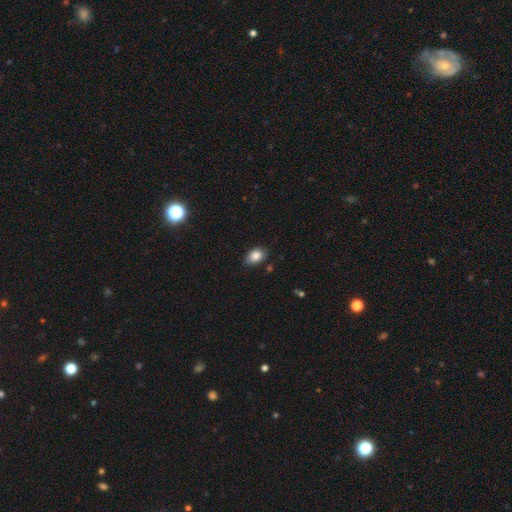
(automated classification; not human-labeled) Overall: smooth (85%). How rounded: in between (83%). Merging: none (80%).